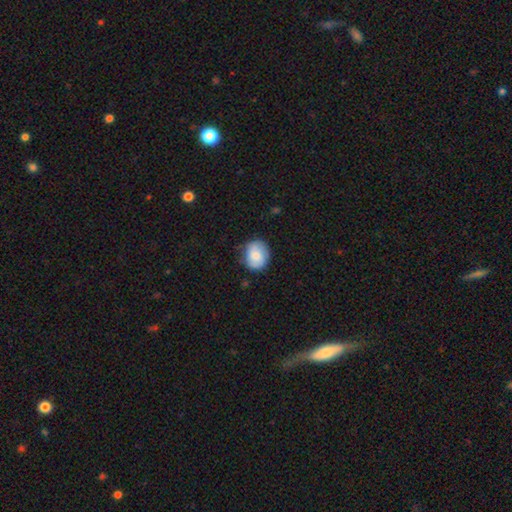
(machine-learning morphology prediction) smooth-or-featured: smooth: 77% | featured or disk: 16% | star or artifact: 7%
  how-rounded: round: 64% | in between: 35% | cigar-shaped: 1%
  merging: none: 73% | minor disturbance: 21% | major disturbance: 4% | merger: 1%